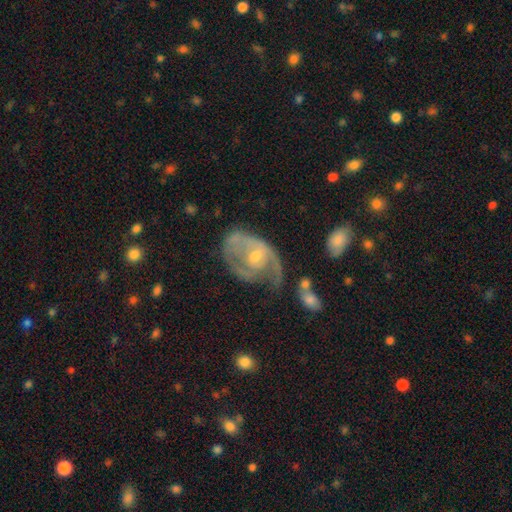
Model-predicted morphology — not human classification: Smooth or featured?
  - featured or disk: 78% *
  - smooth: 16%
  - star or artifact: 6%
Edge-on disk?
  - no: 97% *
  - yes: 3%
Bar?
  - no: 63% *
  - weak: 31%
  - strong: 6%
Spiral arms?
  - yes: 77% *
  - no: 23%
Spiral winding?
  - medium: 39% *
  - tight: 38%
  - loose: 23%
Spiral arm count?
  - 2: 33% *
  - 1: 31%
  - can't tell: 26%
  - 3: 6%
  - 4: 2%
  - more than 4: 2%
Bulge size?
  - small: 48% *
  - moderate: 47%
  - large: 2%
  - none: 2%
  - dominant: 1%
Merging?
  - major disturbance: 39% *
  - none: 31%
  - minor disturbance: 25%
  - merger: 5%